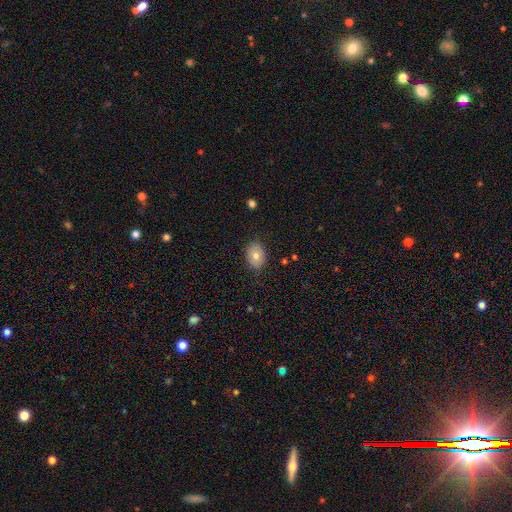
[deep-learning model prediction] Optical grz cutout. It shows a smooth galaxy with no disk features (79%) that is in between round and cigar-shaped (72%). Merging: none (85%).